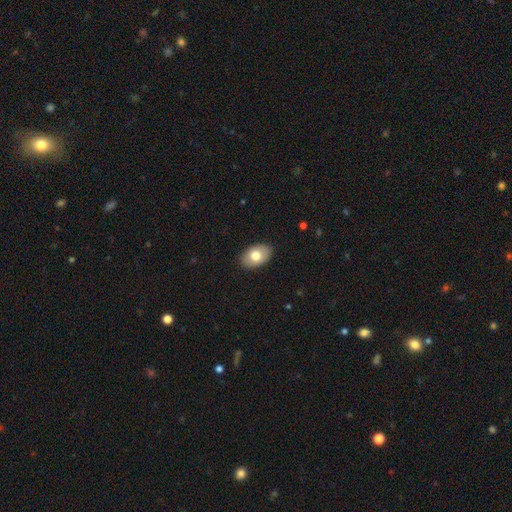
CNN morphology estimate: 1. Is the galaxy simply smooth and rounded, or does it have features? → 76% smooth, 17% featured or disk, 7% star or artifact.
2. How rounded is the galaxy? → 90% in between, 9% round, 1% cigar-shaped.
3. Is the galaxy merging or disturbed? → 89% none, 9% minor disturbance, 2% major disturbance, 1% merger.